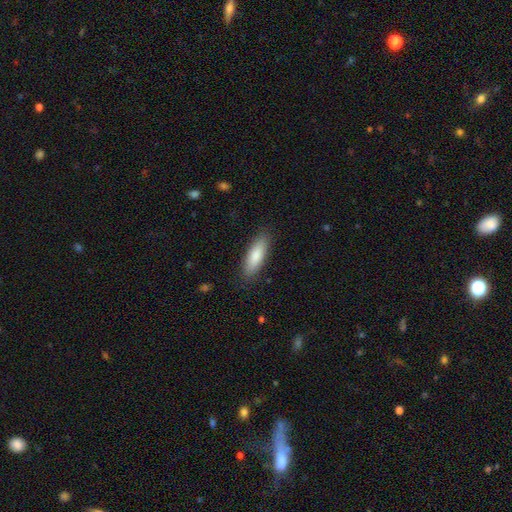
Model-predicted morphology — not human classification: This appears to be a smooth galaxy with no disk features (84%) that is in between round and cigar-shaped (52%). Merging: none (86%).